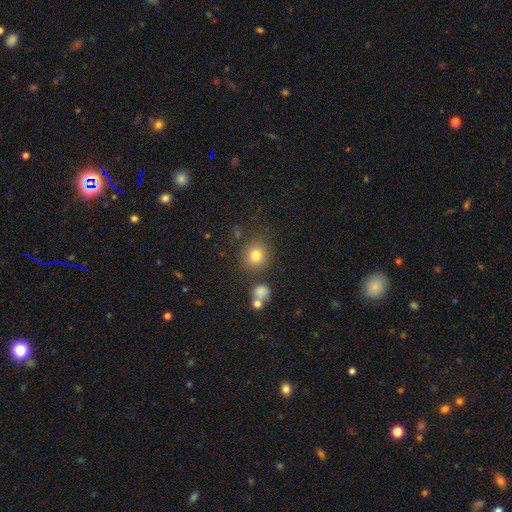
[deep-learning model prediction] The model was most divided on "smooth or featured": smooth: 78%, star or artifact: 14%, featured or disk: 8%. More confident: how rounded — round (86%); merging — none (79%).